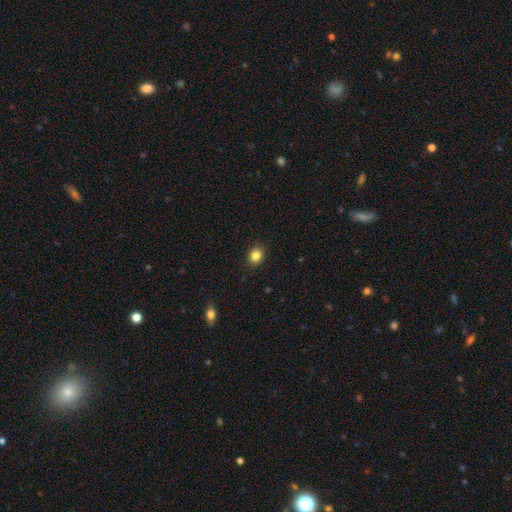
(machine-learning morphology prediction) This appears to be a smooth galaxy with no disk features (84%) that is round (65%). Merging: none (89%).